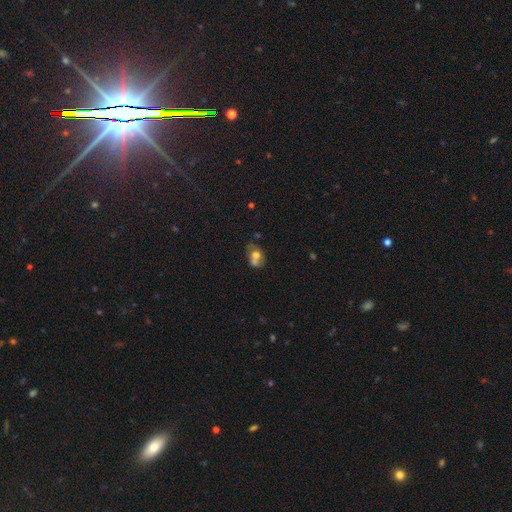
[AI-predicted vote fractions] The model was most divided on "merging": merger: 41%, none: 36%, minor disturbance: 15%, major disturbance: 7%. More confident: smooth or featured — smooth (60%); how rounded — in between (56%).